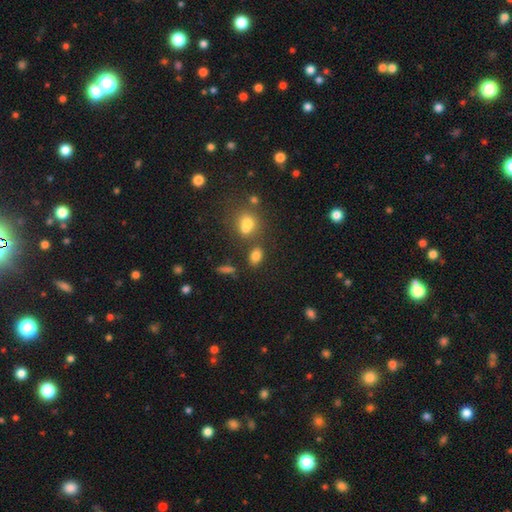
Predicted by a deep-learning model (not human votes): This appears to be a smooth galaxy with no disk features (78%) that is in between round and cigar-shaped (74%). Merging: none (71%).